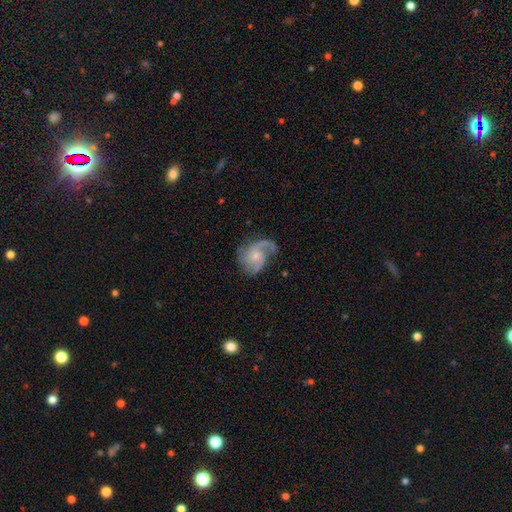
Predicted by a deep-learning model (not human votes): Morphology: type=featured or disk (82%); edge-on=no (98%); bar=no (71%); spiral arms=yes (95%); winding=medium (48%); arm count=2 (42%); bulge=small (68%); merging=none (52%).